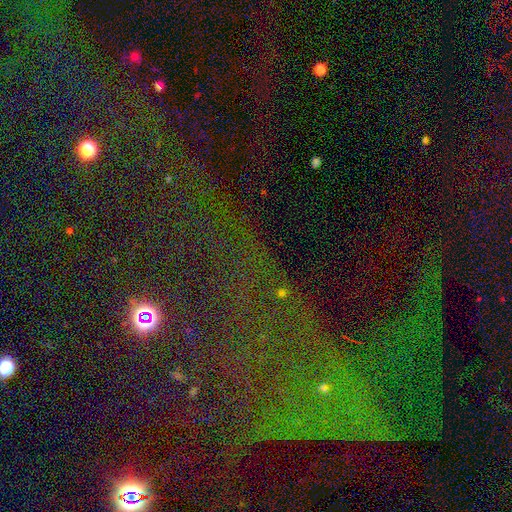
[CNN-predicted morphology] The model was most divided on "smooth or featured": star or artifact: 77%, smooth: 13%, featured or disk: 10%.